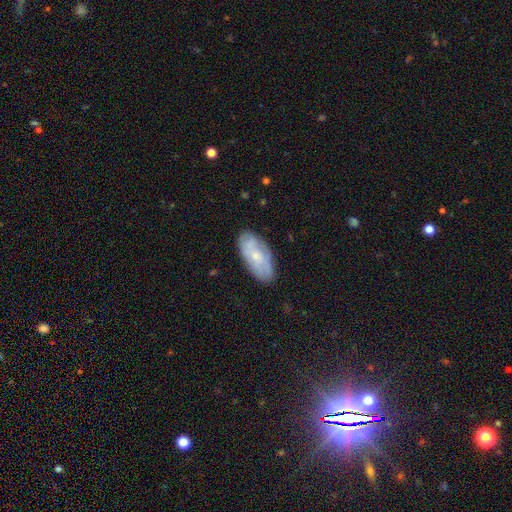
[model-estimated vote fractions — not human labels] Smooth or featured? Predicted: smooth (p=0.49). Merging? Predicted: none (p=0.78).